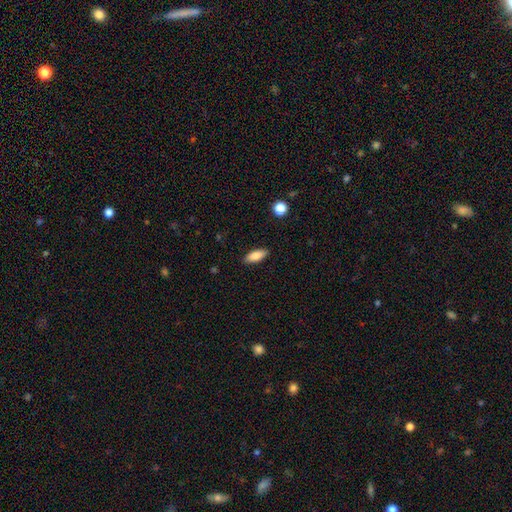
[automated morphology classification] smooth_or_featured: smooth (p=0.83) [alt: featured or disk p=0.10]
how_rounded: in between (p=0.73) [alt: cigar-shaped p=0.25]
merging: none (p=0.88) [alt: minor disturbance p=0.09]